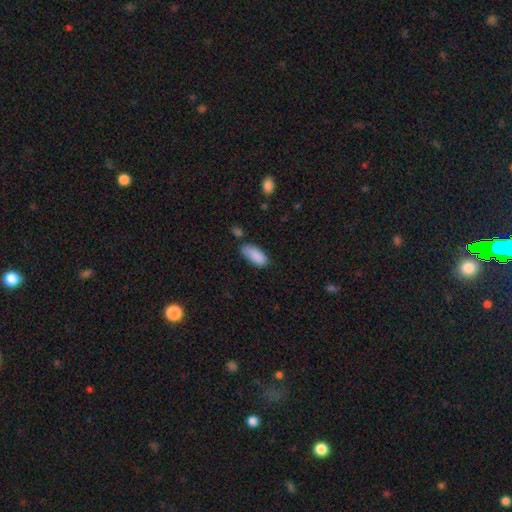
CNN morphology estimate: type=smooth (87%); roundness=in between (85%); merging=none (59%).